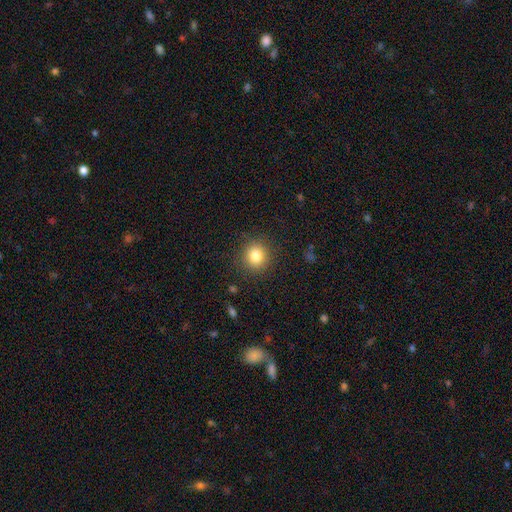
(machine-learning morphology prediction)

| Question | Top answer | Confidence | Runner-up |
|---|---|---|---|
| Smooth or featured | smooth | 83% | star or artifact (11%) |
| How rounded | round | 88% | in between (11%) |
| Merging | none | 89% | minor disturbance (8%) |